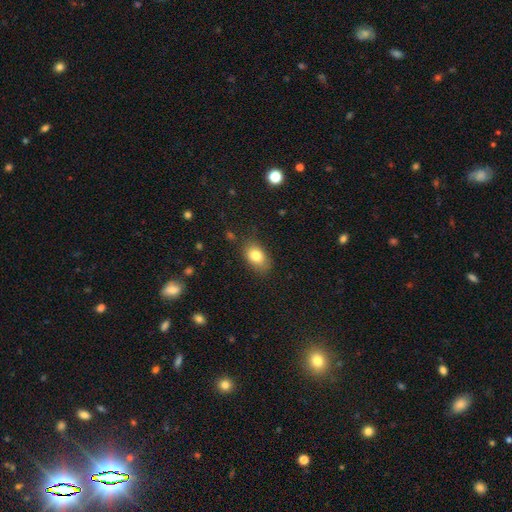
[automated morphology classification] This appears to be a smooth galaxy with no disk features (81%) that is in between round and cigar-shaped (84%). Merging: none (79%).